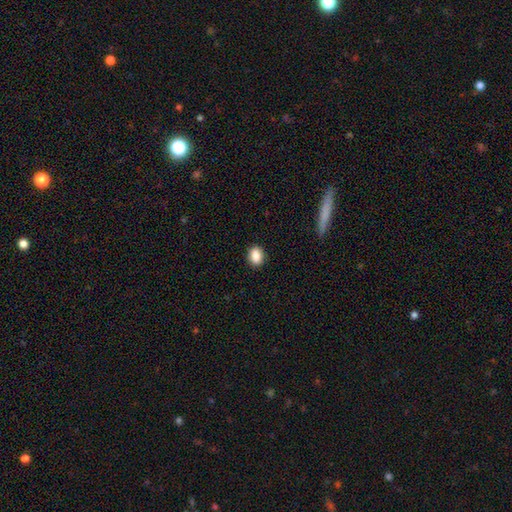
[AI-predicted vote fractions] The model was most divided on "how rounded": in between: 60%, round: 39%, cigar-shaped: 1%. More confident: merging — none (90%); smooth or featured — smooth (88%).